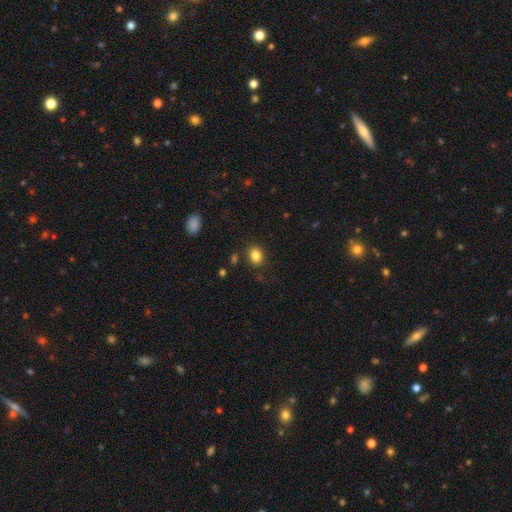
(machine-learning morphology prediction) The model was most divided on "how rounded": in between: 58%, round: 41%, cigar-shaped: 1%. More confident: smooth or featured — smooth (84%); merging — none (83%).